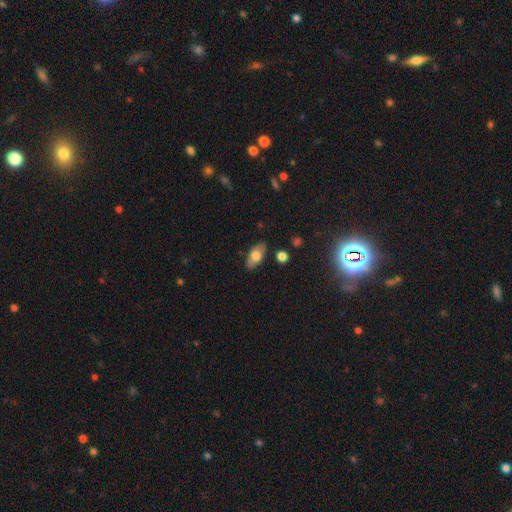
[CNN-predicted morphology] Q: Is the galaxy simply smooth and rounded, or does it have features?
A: smooth — 69%.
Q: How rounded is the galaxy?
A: in between — 90%.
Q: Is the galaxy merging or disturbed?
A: none — 84%.